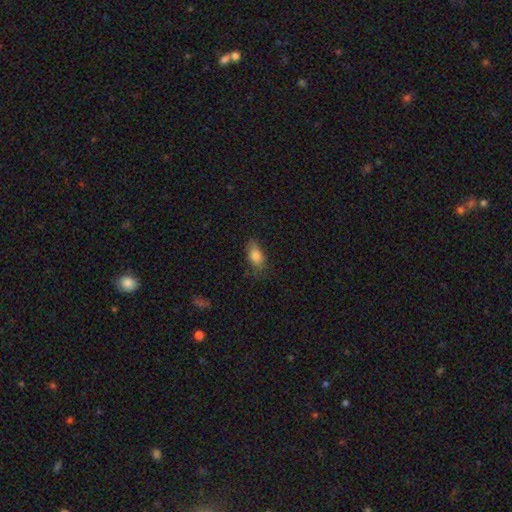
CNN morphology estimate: Smooth or featured? Predicted: smooth (p=0.81). How rounded? Predicted: in between (p=0.84). Merging? Predicted: none (p=0.62).